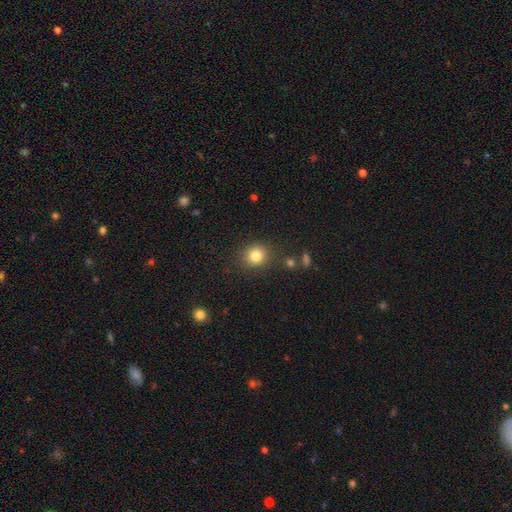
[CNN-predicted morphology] This is clearly a smooth galaxy (82%). How rounded: clearly round (83%). Merging: clearly none (85%).